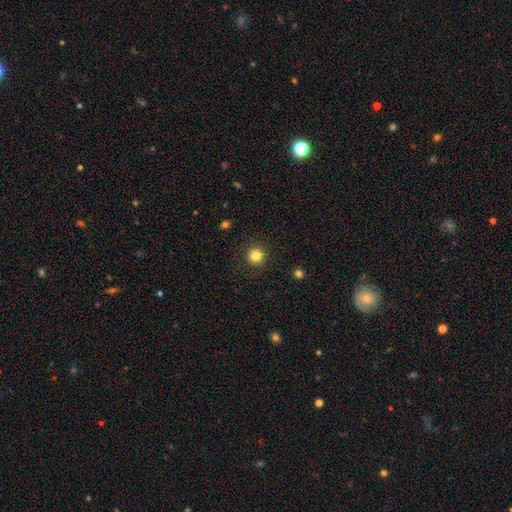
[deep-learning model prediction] Smooth or featured?
  - smooth: 83% *
  - star or artifact: 12%
  - featured or disk: 5%
How rounded?
  - round: 95% *
  - in between: 4%
  - cigar-shaped: 1%
Merging?
  - none: 91% *
  - minor disturbance: 5%
  - major disturbance: 2%
  - merger: 1%